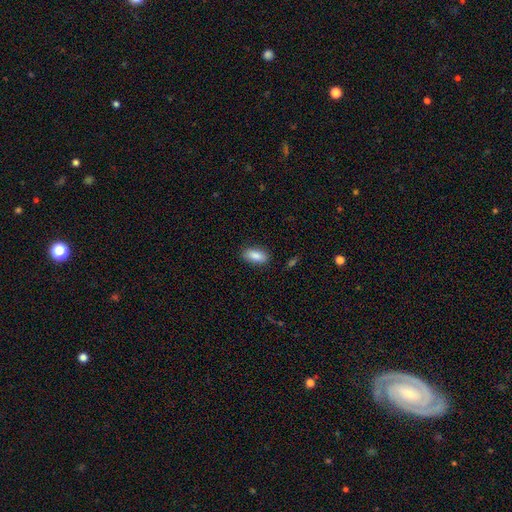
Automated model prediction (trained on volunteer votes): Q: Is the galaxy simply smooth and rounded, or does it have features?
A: smooth — 88%.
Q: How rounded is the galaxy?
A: in between — 87%.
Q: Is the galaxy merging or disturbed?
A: none — 87%.